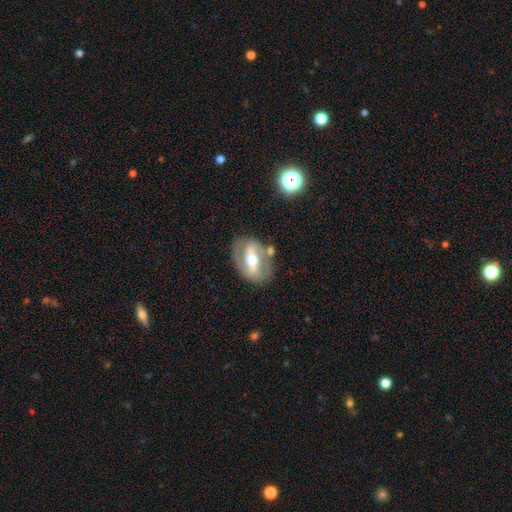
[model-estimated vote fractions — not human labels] featured or disk 74%, smooth 19%, star or artifact 7%. Down the decision tree: edge-on disk — no (89%); bar — strong (59%); spiral arms — yes (51%); bulge size — moderate (74%); merging — none (72%).